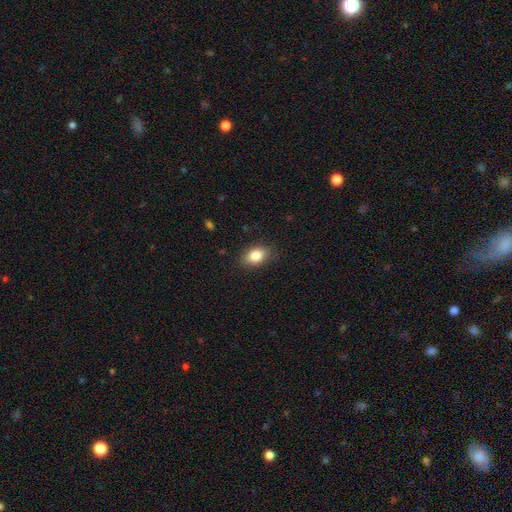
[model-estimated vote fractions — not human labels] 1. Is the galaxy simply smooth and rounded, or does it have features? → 84% smooth, 8% star or artifact, 8% featured or disk.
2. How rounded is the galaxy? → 83% in between, 16% round, 2% cigar-shaped.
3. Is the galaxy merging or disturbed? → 85% none, 11% minor disturbance, 3% major disturbance, 1% merger.